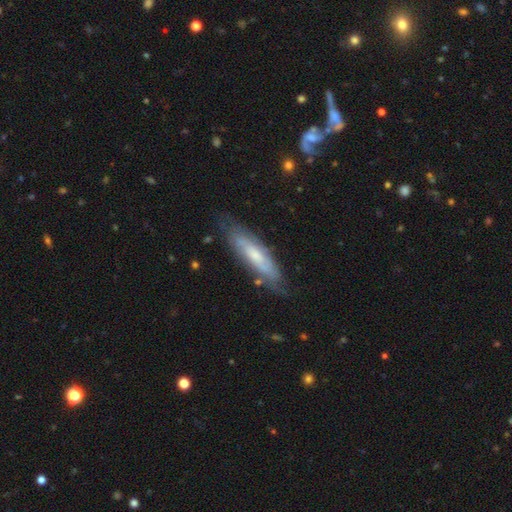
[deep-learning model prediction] smooth-or-featured: featured or disk: 61% | smooth: 33% | star or artifact: 6%
  disk-edge-on: no: 62% | yes: 38%
  merging: none: 71% | minor disturbance: 21% | major disturbance: 6% | merger: 2%